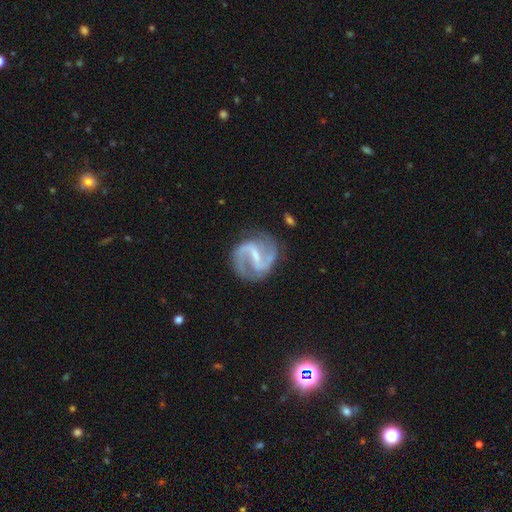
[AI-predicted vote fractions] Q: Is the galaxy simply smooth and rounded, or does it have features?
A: featured or disk — 90%.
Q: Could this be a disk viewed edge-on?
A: no — 98%.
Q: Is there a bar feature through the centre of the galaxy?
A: strong — 51%.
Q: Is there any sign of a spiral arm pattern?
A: yes — 97%.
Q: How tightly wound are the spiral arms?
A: medium — 55%.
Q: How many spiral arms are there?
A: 2 — 91%.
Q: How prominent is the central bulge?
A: small — 59%.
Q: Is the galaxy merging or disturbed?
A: none — 76%.